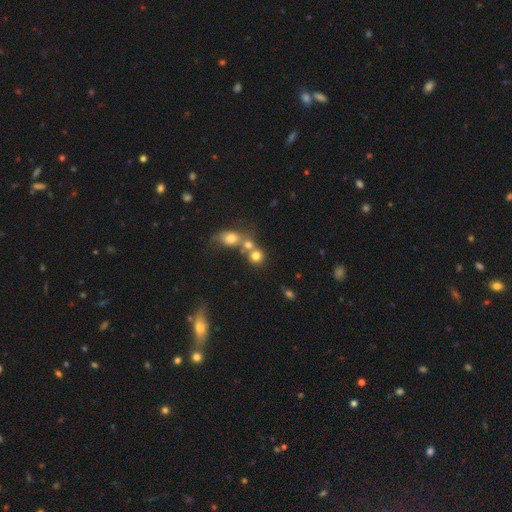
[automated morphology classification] Smooth or featured?
  - smooth: 74% *
  - star or artifact: 14%
  - featured or disk: 13%
How rounded?
  - round: 80% *
  - in between: 19%
  - cigar-shaped: 1%
Merging?
  - merger: 49% *
  - none: 38%
  - minor disturbance: 8%
  - major disturbance: 5%